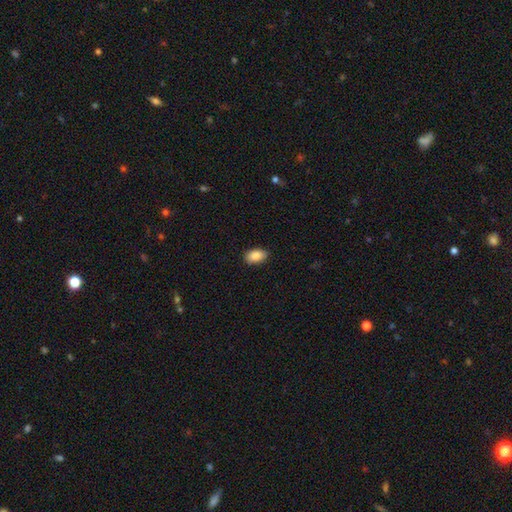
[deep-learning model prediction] smooth-or-featured: smooth: 87% | star or artifact: 7% | featured or disk: 6%
  how-rounded: in between: 91% | round: 7% | cigar-shaped: 2%
  merging: none: 88% | minor disturbance: 9% | major disturbance: 2% | merger: 1%